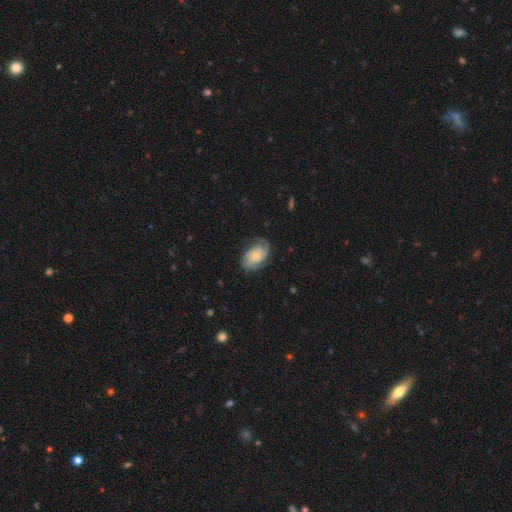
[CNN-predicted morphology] Q: Smooth or featured?
A: featured or disk (74%); runner-up: smooth (20%)
Q: Edge-on disk?
A: no (97%); runner-up: yes (3%)
Q: Bar?
A: no (74%); runner-up: weak (22%)
Q: Spiral arms?
A: yes (95%); runner-up: no (5%)
Q: Spiral winding?
A: tight (52%); runner-up: medium (35%)
Q: Spiral arm count?
A: 2 (56%); runner-up: can't tell (18%)
Q: Bulge size?
A: small (61%); runner-up: moderate (21%)
Q: Merging?
A: none (71%); runner-up: minor disturbance (19%)